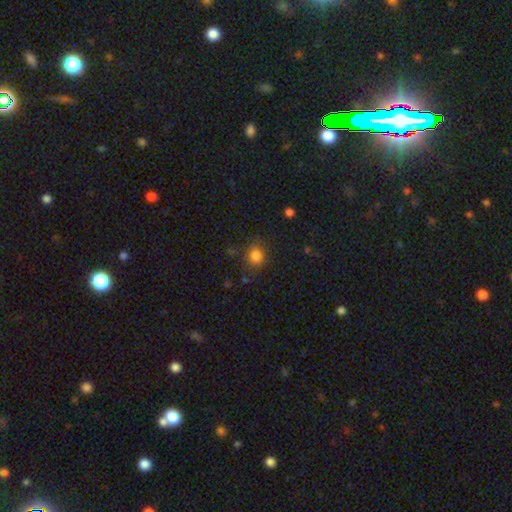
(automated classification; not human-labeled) smooth 83%, star or artifact 11%, featured or disk 6%. Down the decision tree: how rounded — round (71%); merging — none (77%).